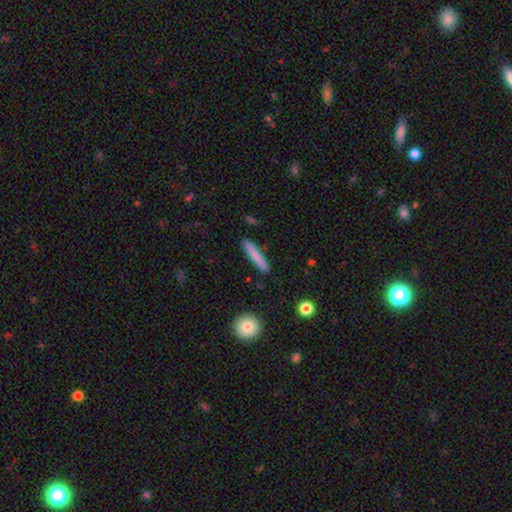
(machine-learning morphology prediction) A smooth galaxy with no disk features (77%) that is cigar-shaped (94%).

Vote fractions:
- Smooth or featured? smooth: 77% / featured or disk: 16% / star or artifact: 6%
- How rounded? cigar-shaped: 94% / in between: 4% / round: 2%
- Merging? none: 89% / minor disturbance: 8% / merger: 2% / major disturbance: 2%